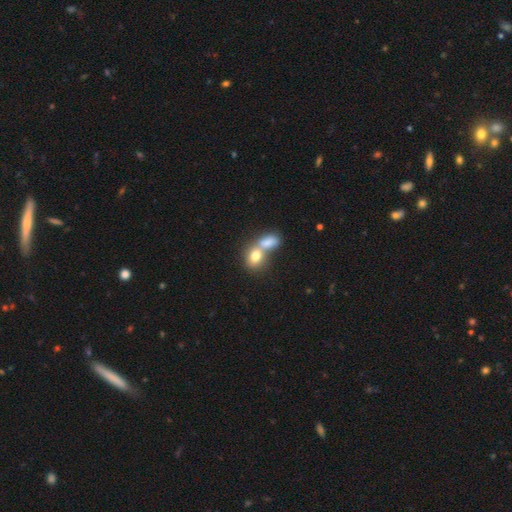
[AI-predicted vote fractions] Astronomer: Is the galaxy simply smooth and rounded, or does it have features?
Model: smooth — 76%.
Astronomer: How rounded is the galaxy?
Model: in between — 62%.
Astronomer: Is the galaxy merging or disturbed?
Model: merger — 68%.